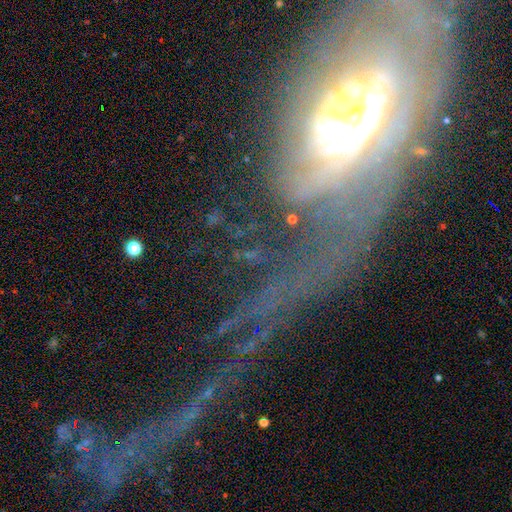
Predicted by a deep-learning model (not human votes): smooth_or_featured: featured or disk (p=0.61) [alt: star or artifact p=0.24]
disk_edge_on: no (p=0.68) [alt: yes p=0.32]
merging: none (p=0.40) [alt: major disturbance p=0.39]